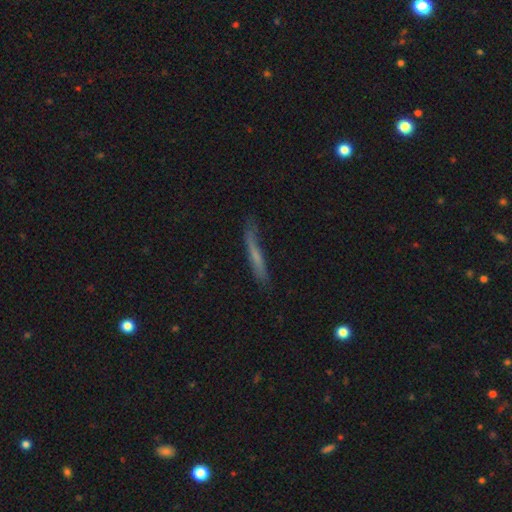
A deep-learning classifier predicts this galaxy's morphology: Smooth or featured? Predicted: smooth (p=0.55). How rounded? Predicted: cigar-shaped (p=0.94). Merging? Predicted: none (p=0.66).